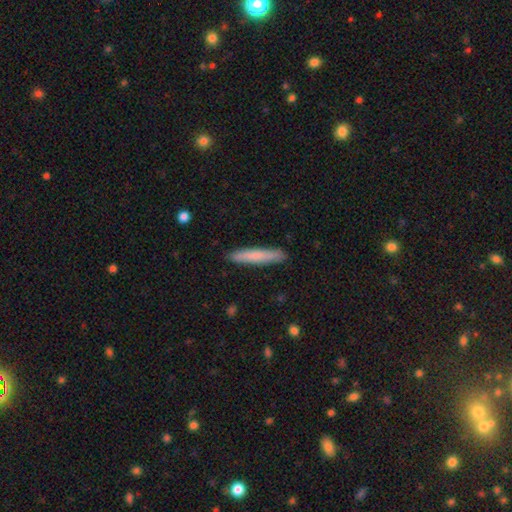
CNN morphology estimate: Q: Smooth or featured?
A: smooth (75%); runner-up: featured or disk (20%)
Q: How rounded?
A: cigar-shaped (94%); runner-up: in between (5%)
Q: Merging?
A: none (90%); runner-up: minor disturbance (7%)